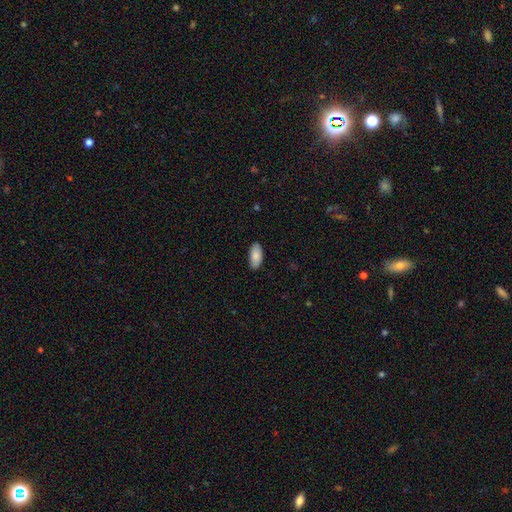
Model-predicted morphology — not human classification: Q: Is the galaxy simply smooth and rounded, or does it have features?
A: smooth — 86%.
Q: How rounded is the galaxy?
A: in between — 92%.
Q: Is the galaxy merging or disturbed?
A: none — 87%.